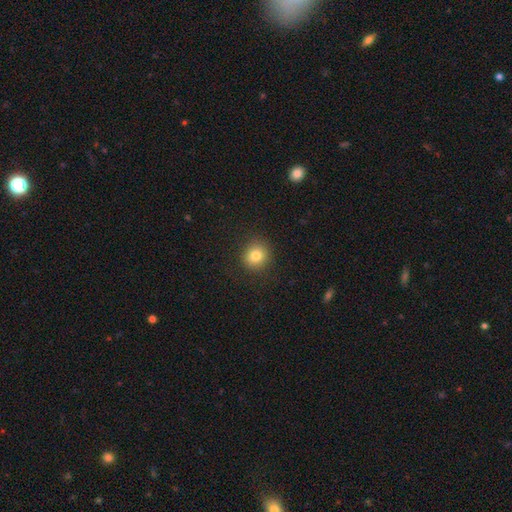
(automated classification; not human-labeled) The model was most divided on "smooth or featured": smooth: 81%, star or artifact: 11%, featured or disk: 7%. More confident: merging — none (89%); how rounded — round (86%).